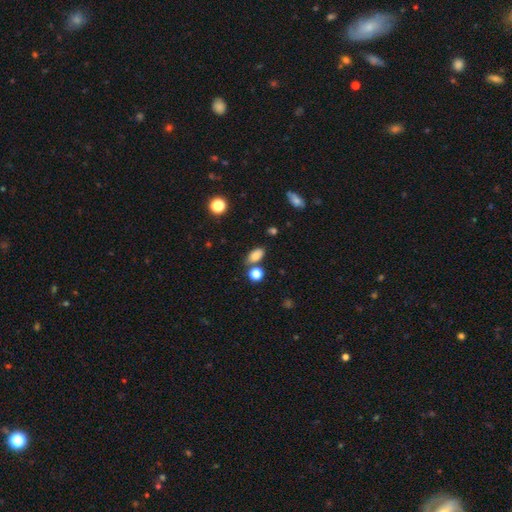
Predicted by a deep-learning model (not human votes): Overall: smooth (81%). How rounded: in between (87%). Merging: none (68%).